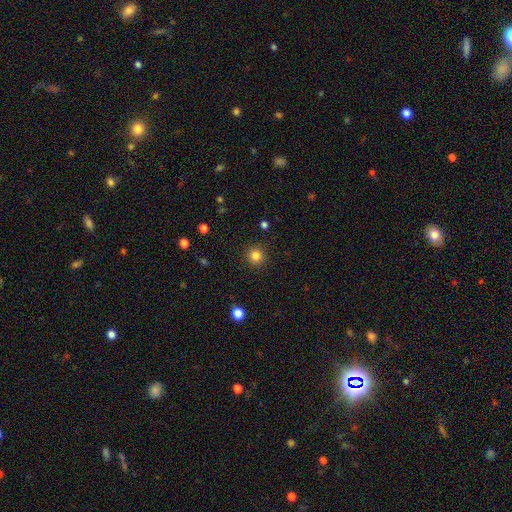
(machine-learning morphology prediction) Smooth or featured? Predicted: smooth (p=0.82). How rounded? Predicted: round (p=0.95). Merging? Predicted: none (p=0.92).